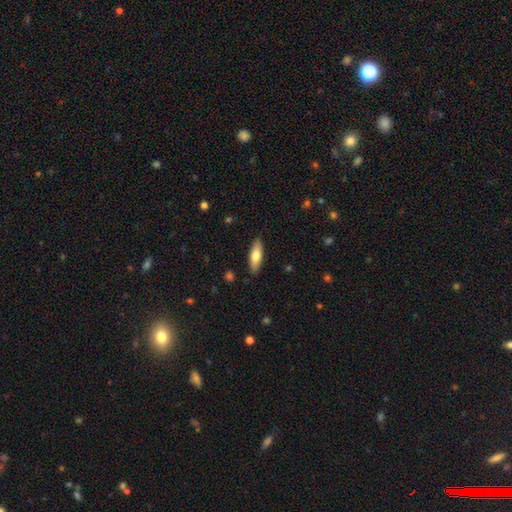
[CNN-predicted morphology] Smooth or featured? smooth (72%)
How rounded? in between (55%)
Merging? none (88%)